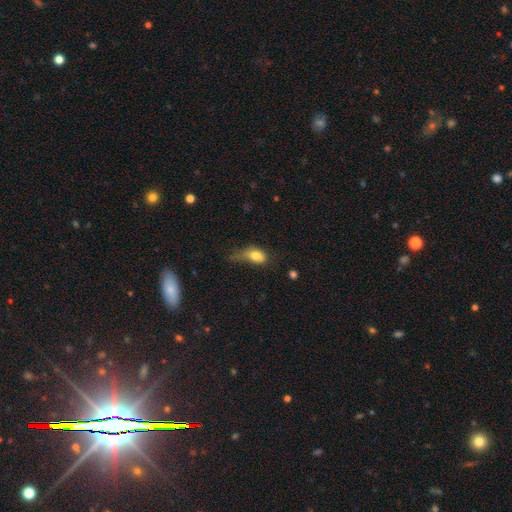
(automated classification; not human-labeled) Smooth or featured? smooth (80%)
How rounded? in between (83%)
Merging? major disturbance (38%)